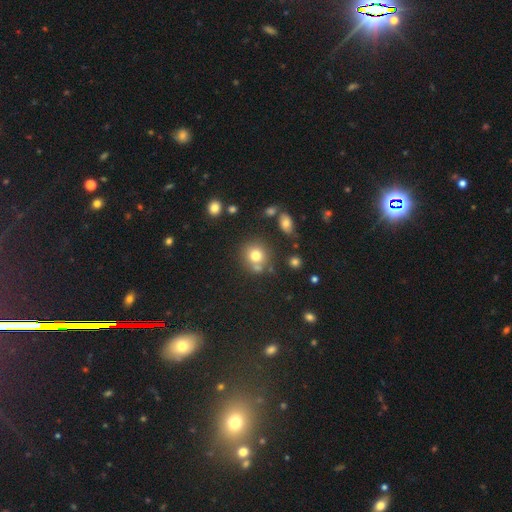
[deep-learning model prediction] A smooth galaxy with no disk features (75%) that is round (86%). Merging: none (68%).